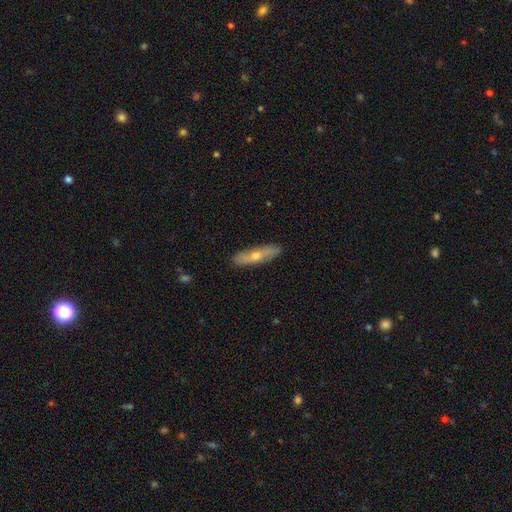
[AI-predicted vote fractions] smooth_or_featured: smooth (p=0.47) [alt: featured or disk p=0.46]
merging: none (p=0.88) [alt: minor disturbance p=0.09]